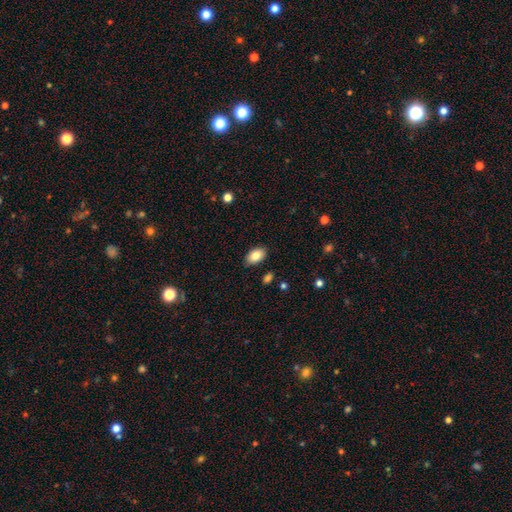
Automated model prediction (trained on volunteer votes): Smooth or featured: smooth — 84% (featured or disk — 9%)
How rounded: in between — 91% (round — 8%)
Merging: none — 85% (minor disturbance — 11%)